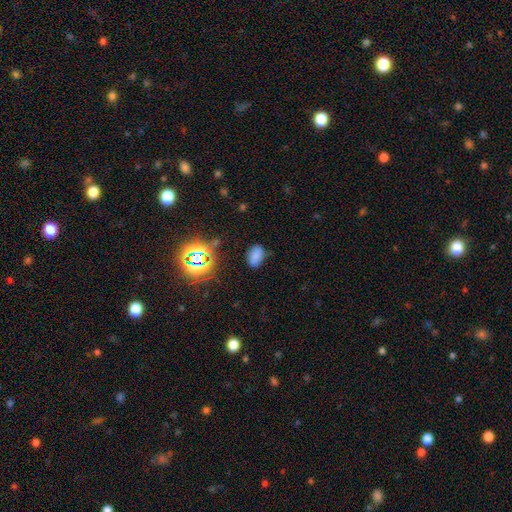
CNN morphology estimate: Smooth or featured: smooth — 70% (star or artifact — 21%)
How rounded: in between — 89% (round — 9%)
Merging: none — 78% (minor disturbance — 16%)